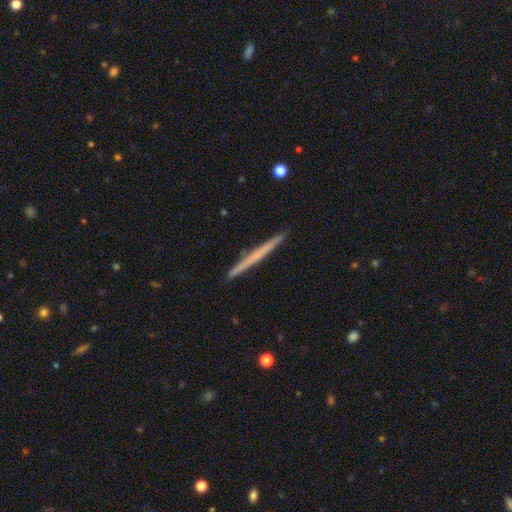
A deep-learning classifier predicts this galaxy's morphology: type=featured or disk (50%); edge-on=yes (98%); merging=none (93%).